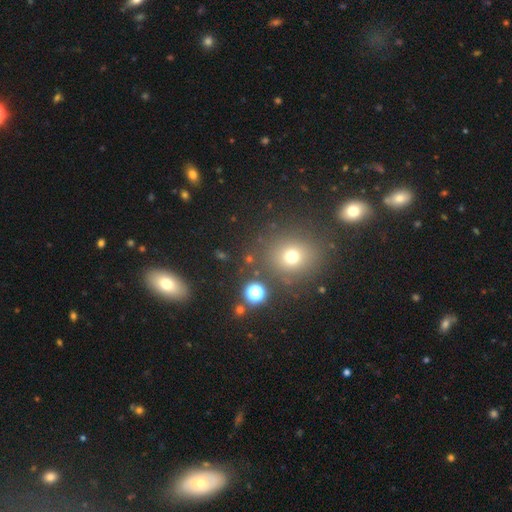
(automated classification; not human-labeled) A smooth galaxy with no disk features (52%) that is round (80%).

Vote fractions:
- Smooth or featured? smooth: 52% / star or artifact: 36% / featured or disk: 12%
- How rounded? round: 80% / in between: 19% / cigar-shaped: 2%
- Merging? none: 81% / minor disturbance: 9% / merger: 7% / major disturbance: 4%